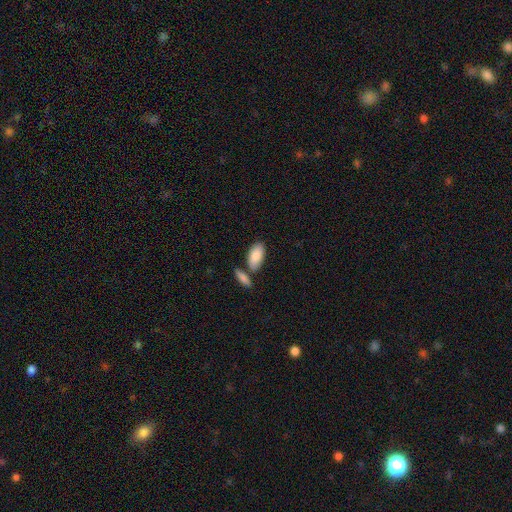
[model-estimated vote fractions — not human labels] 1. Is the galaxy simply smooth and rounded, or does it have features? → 85% smooth, 10% featured or disk, 6% star or artifact.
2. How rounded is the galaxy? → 93% in between, 5% cigar-shaped, 2% round.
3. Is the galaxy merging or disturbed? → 60% none, 24% merger, 13% minor disturbance, 3% major disturbance.